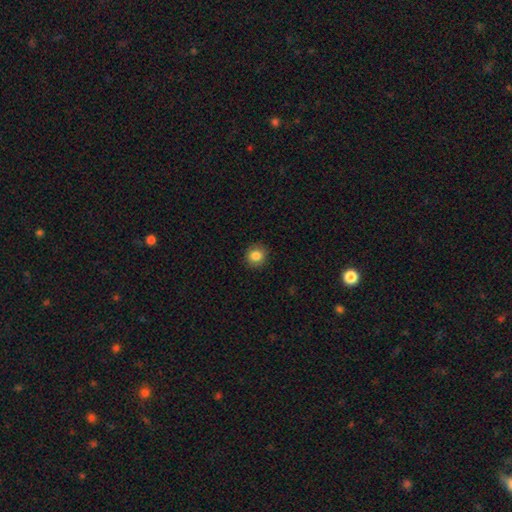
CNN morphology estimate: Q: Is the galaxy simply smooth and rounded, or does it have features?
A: smooth — 84%.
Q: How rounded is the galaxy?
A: round — 89%.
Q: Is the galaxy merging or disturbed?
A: none — 90%.